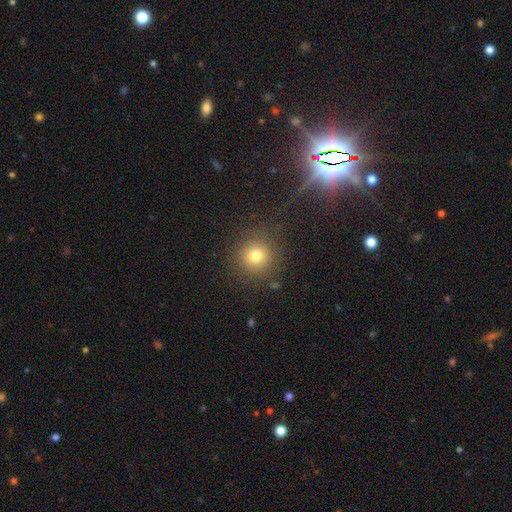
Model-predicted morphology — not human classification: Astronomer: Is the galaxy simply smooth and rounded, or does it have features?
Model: smooth — 76%.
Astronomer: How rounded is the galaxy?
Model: round — 92%.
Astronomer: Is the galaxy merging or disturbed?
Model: none — 84%.